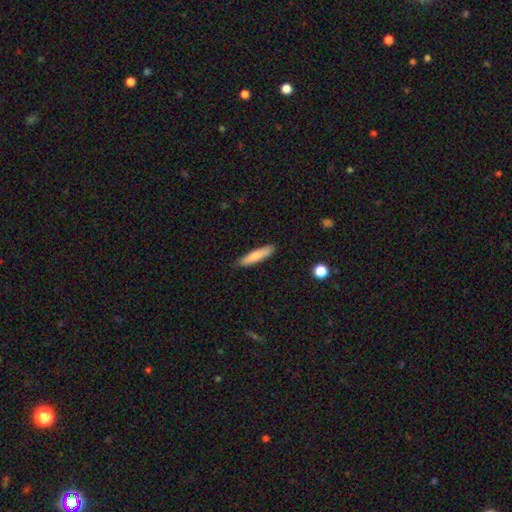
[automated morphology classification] This is clearly a smooth galaxy (81%). How rounded: clearly cigar-shaped (82%). Merging: clearly none (88%).